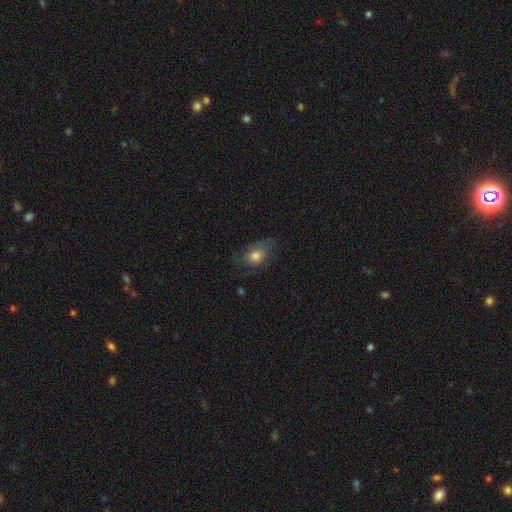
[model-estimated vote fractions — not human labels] A smooth galaxy with no disk features (67%) that is in between round and cigar-shaped (65%).

Vote fractions:
- Smooth or featured? smooth: 67% / featured or disk: 23% / star or artifact: 10%
- How rounded? in between: 65% / round: 33% / cigar-shaped: 2%
- Merging? none: 52% / minor disturbance: 28% / major disturbance: 19% / merger: 2%